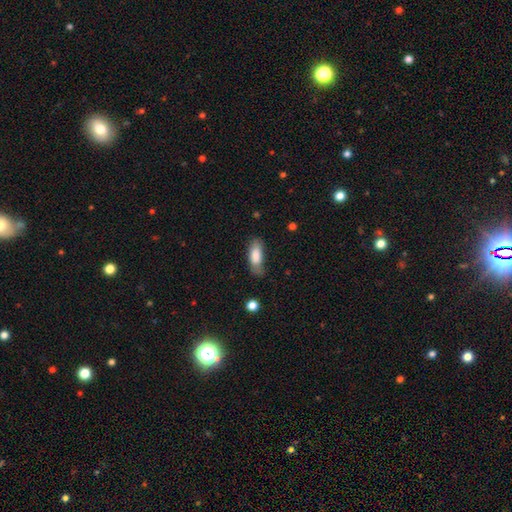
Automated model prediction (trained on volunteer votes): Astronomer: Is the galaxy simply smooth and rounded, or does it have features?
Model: smooth — 81%.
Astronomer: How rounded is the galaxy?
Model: in between — 77%.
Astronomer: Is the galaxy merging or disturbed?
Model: none — 56%.